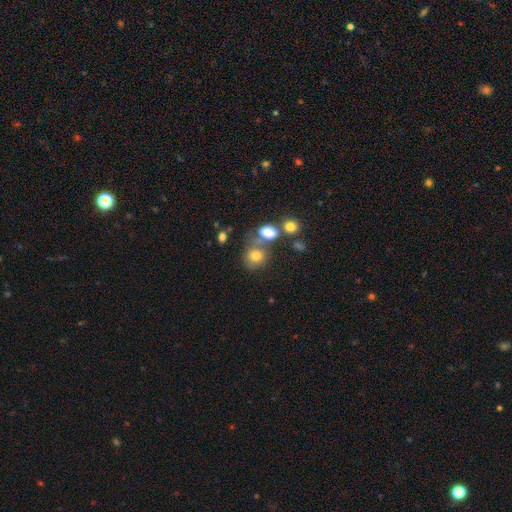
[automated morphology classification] smooth 75%, star or artifact 13%, featured or disk 12%. Down the decision tree: how rounded — round (69%); merging — none (48%).